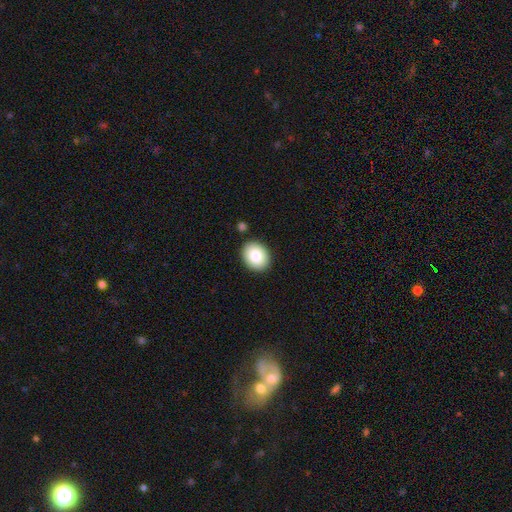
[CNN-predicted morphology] Smooth or featured: smooth — 87% (star or artifact — 7%)
How rounded: in between — 62% (round — 38%)
Merging: none — 87% (minor disturbance — 8%)